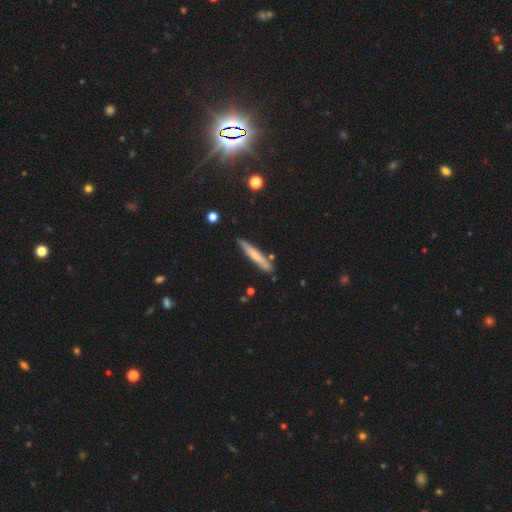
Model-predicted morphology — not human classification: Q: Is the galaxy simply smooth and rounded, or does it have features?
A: smooth — 64%.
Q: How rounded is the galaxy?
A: cigar-shaped — 93%.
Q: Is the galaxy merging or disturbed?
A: none — 83%.